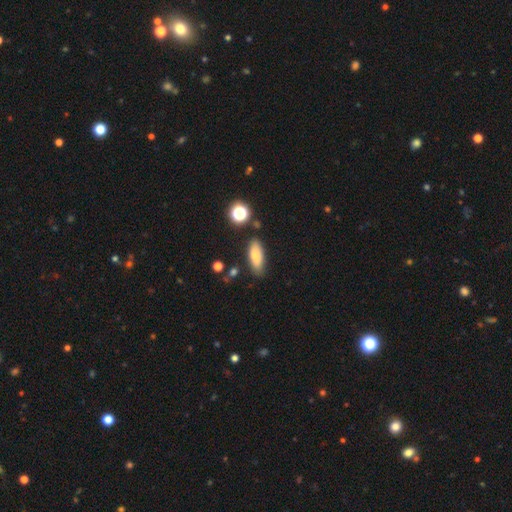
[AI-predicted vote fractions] Smooth or featured? Predicted: smooth (p=0.80). How rounded? Predicted: in between (p=0.73). Merging? Predicted: none (p=0.81).